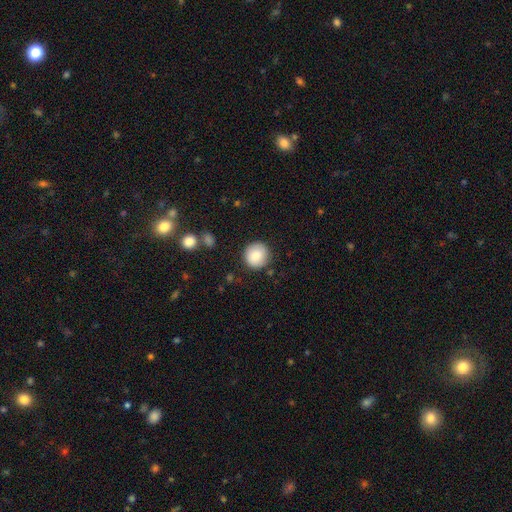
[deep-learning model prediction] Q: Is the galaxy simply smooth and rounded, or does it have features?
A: smooth — 85%.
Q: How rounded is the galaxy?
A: round — 93%.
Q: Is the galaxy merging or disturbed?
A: none — 87%.